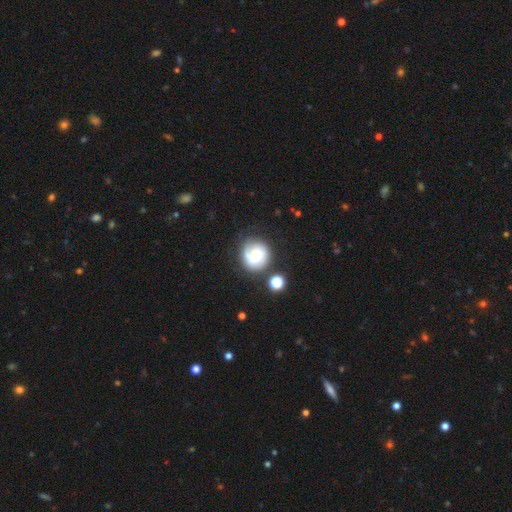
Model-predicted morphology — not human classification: A featured or disk galaxy (52%) with no bar (60%), spiral arms (80%) and a moderate central bulge (63%). Merging: none (66%).